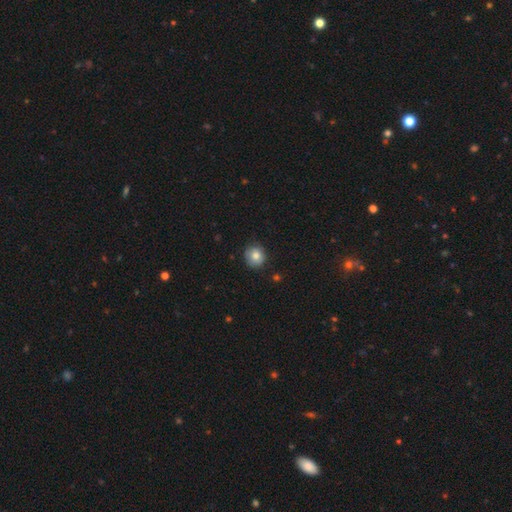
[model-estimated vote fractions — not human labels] smooth_or_featured: smooth (p=0.80) [alt: featured or disk p=0.11]
how_rounded: round (p=0.89) [alt: in between p=0.10]
merging: none (p=0.83) [alt: minor disturbance p=0.13]